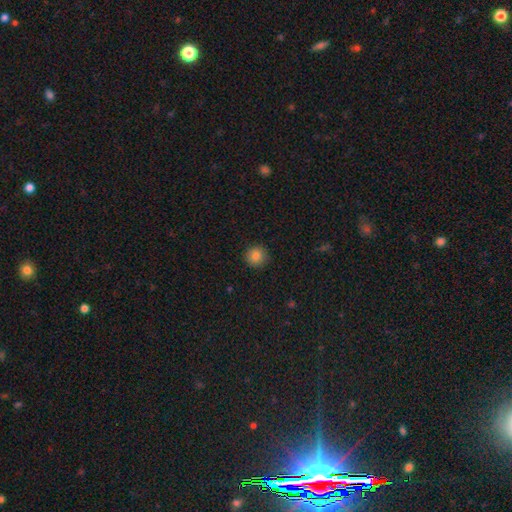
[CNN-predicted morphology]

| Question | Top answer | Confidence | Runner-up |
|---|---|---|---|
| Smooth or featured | smooth | 83% | star or artifact (10%) |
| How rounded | round | 94% | in between (5%) |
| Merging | none | 90% | minor disturbance (7%) |